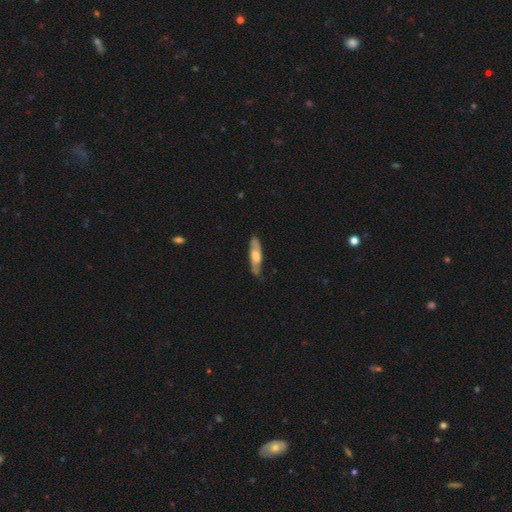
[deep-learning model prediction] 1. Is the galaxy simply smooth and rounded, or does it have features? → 49% featured or disk, 46% smooth, 5% star or artifact.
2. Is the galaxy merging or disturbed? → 74% none, 20% minor disturbance, 4% major disturbance, 2% merger.